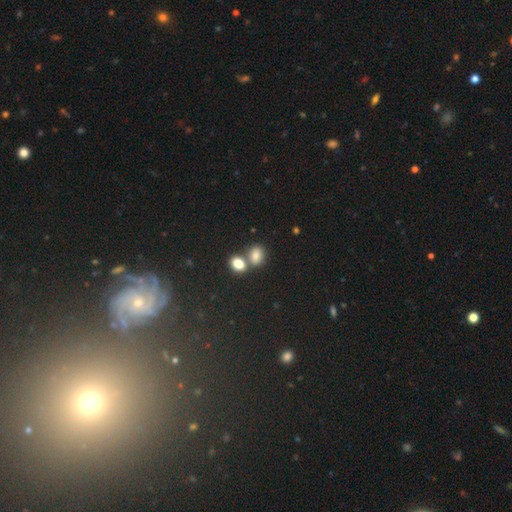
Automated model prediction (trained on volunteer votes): This is clearly a smooth galaxy (81%). How rounded: likely in between (71%). Merging: marginally merger (45%).